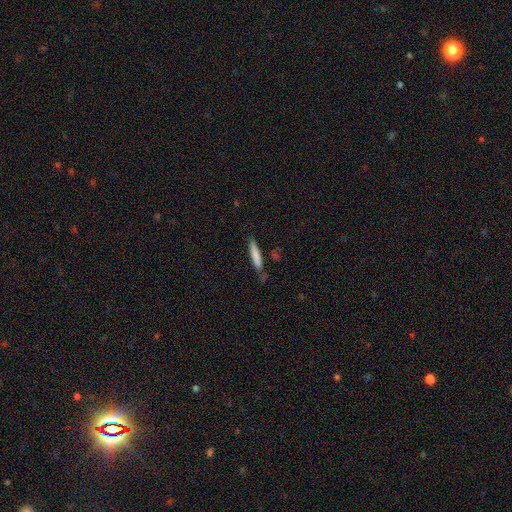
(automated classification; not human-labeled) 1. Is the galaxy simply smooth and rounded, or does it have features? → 78% smooth, 15% featured or disk, 6% star or artifact.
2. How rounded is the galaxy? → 92% cigar-shaped, 6% in between, 1% round.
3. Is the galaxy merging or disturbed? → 75% none, 17% minor disturbance, 4% merger, 4% major disturbance.